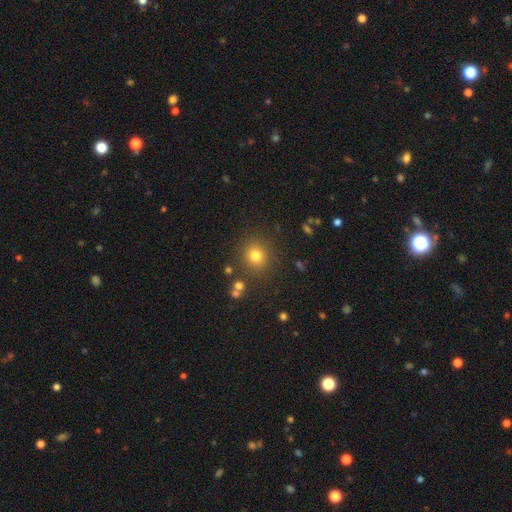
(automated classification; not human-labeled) Q: Smooth or featured?
A: smooth (77%); runner-up: star or artifact (15%)
Q: How rounded?
A: round (88%); runner-up: in between (11%)
Q: Merging?
A: none (85%); runner-up: minor disturbance (8%)